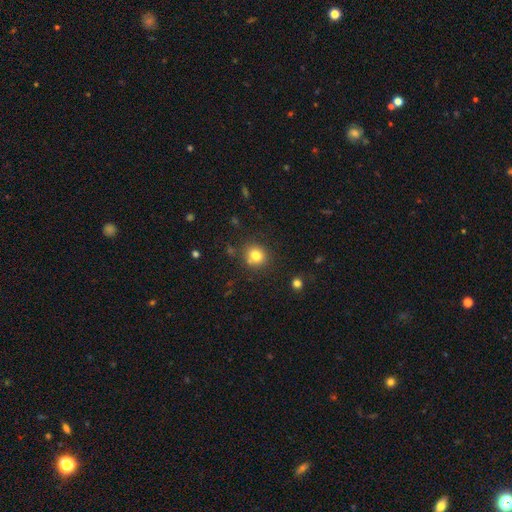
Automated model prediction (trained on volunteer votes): This is likely a smooth galaxy (79%). How rounded: clearly round (88%). Merging: clearly none (80%).